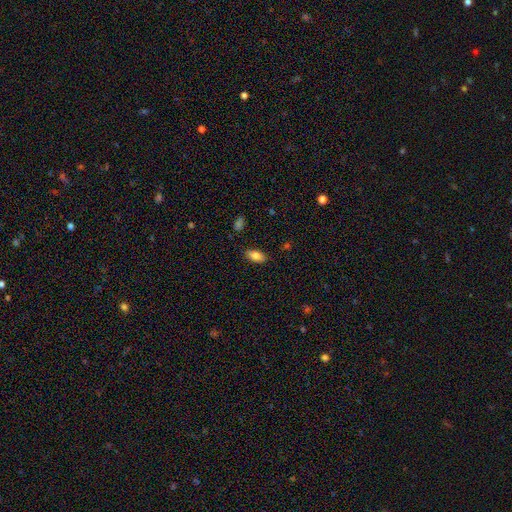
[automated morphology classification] A smooth galaxy with no disk features (82%) that is in between round and cigar-shaped (90%).

Vote fractions:
- Smooth or featured? smooth: 82% / featured or disk: 10% / star or artifact: 8%
- How rounded? in between: 90% / cigar-shaped: 7% / round: 3%
- Merging? none: 86% / minor disturbance: 10% / major disturbance: 2% / merger: 1%